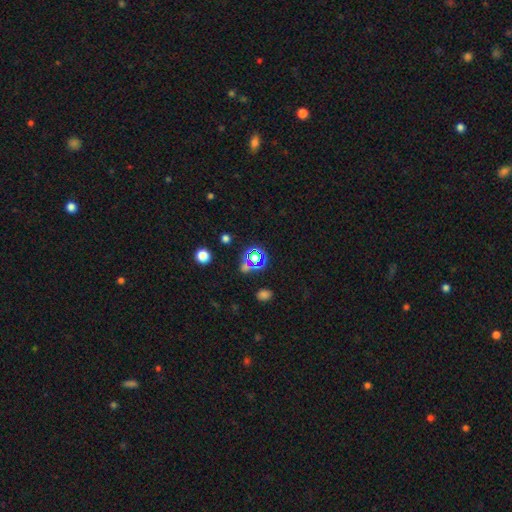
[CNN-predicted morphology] Smooth or featured: star or artifact — 64% (smooth — 27%)